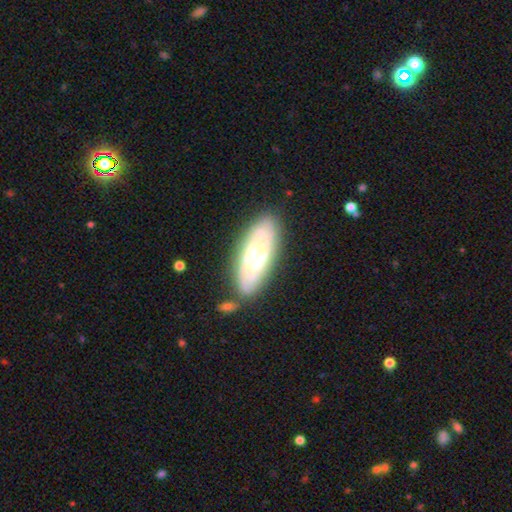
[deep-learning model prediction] smooth_or_featured: featured or disk (p=0.70) [alt: smooth p=0.24]
disk_edge_on: no (p=0.87) [alt: yes p=0.13]
bar: no (p=0.69) [alt: weak p=0.25]
has_spiral_arms: yes (p=0.91) [alt: no p=0.09]
spiral_winding: tight (p=0.70) [alt: medium p=0.24]
spiral_arm_count: can't tell (p=0.46) [alt: 2 p=0.19]
bulge_size: moderate (p=0.55) [alt: small p=0.26]
merging: none (p=0.77) [alt: minor disturbance p=0.15]